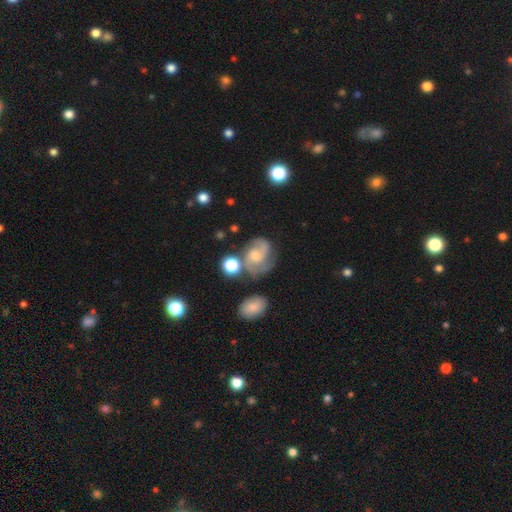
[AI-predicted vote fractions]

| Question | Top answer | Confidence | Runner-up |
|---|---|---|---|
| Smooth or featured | featured or disk | 75% | smooth (17%) |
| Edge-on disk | no | 98% | yes (2%) |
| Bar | no | 59% | weak (35%) |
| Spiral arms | yes | 94% | no (6%) |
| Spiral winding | medium | 52% | tight (29%) |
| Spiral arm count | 2 | 71% | 3 (11%) |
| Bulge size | moderate | 42% | small (39%) |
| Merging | none | 55% | minor disturbance (20%) |